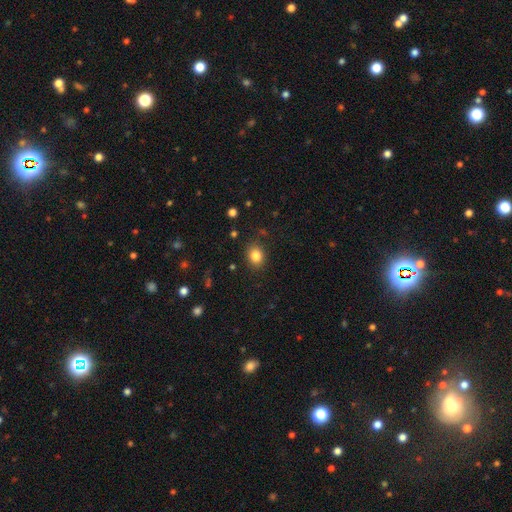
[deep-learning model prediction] This appears to be a smooth galaxy with no disk features (84%) that is round (55%). Merging: none (85%).